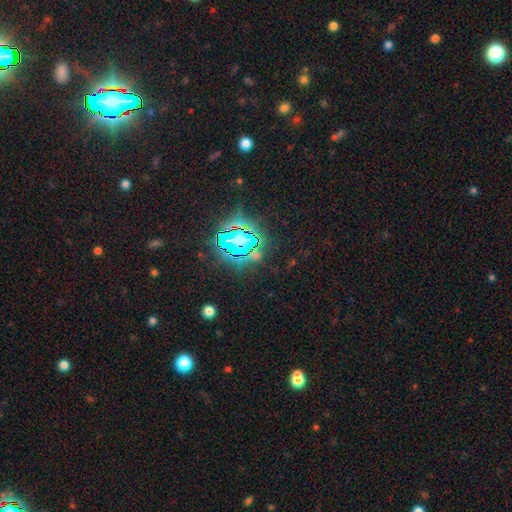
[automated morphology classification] The model was most divided on "smooth or featured": star or artifact: 73%, smooth: 16%, featured or disk: 11%.